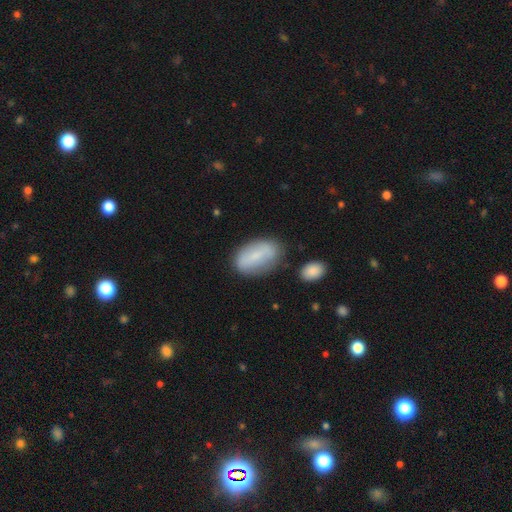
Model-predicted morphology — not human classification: Q: Smooth or featured?
A: smooth (67%); runner-up: featured or disk (25%)
Q: How rounded?
A: in between (91%); runner-up: round (5%)
Q: Merging?
A: none (72%); runner-up: minor disturbance (18%)